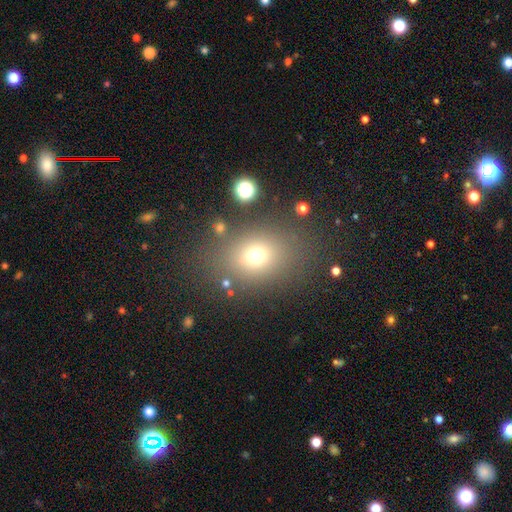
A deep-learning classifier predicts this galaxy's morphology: The model was most divided on "how rounded": in between: 50%, round: 49%, cigar-shaped: 1%. More confident: merging — none (77%); smooth or featured — smooth (70%).